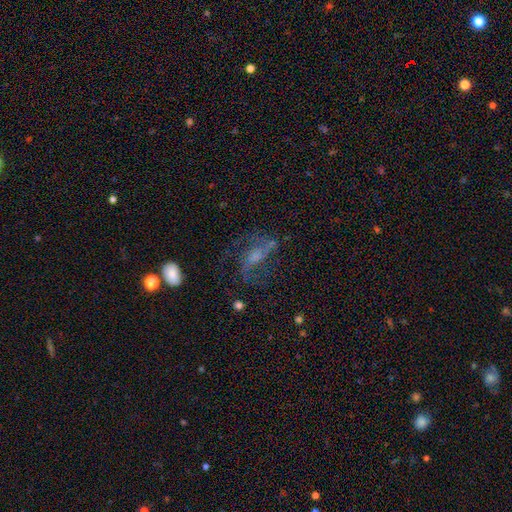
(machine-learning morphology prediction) Smooth or featured: featured or disk — 63% (smooth — 21%)
Edge-on disk: no — 94% (yes — 6%)
Bar: no — 45% (weak — 39%)
Spiral arms: yes — 78% (no — 22%)
Bulge size: small — 31% (tied with moderate — 31%)
Merging: none — 52% (major disturbance — 26%)